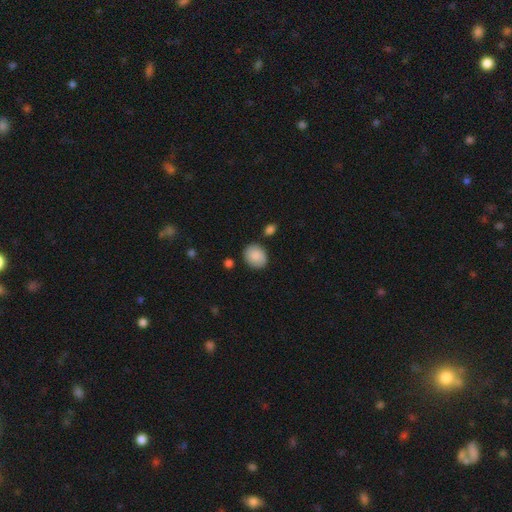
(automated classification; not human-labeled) This is clearly a smooth galaxy (87%). How rounded: possibly round (56%). Merging: clearly none (81%).